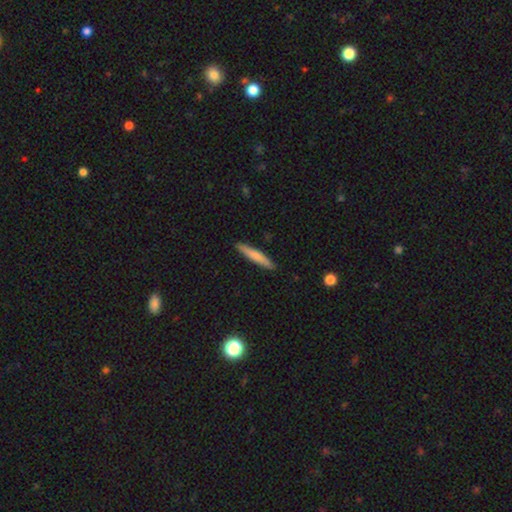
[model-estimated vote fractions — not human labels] smooth_or_featured: smooth (p=0.72) [alt: featured or disk p=0.23]
how_rounded: cigar-shaped (p=0.93) [alt: in between p=0.06]
merging: none (p=0.91) [alt: minor disturbance p=0.07]